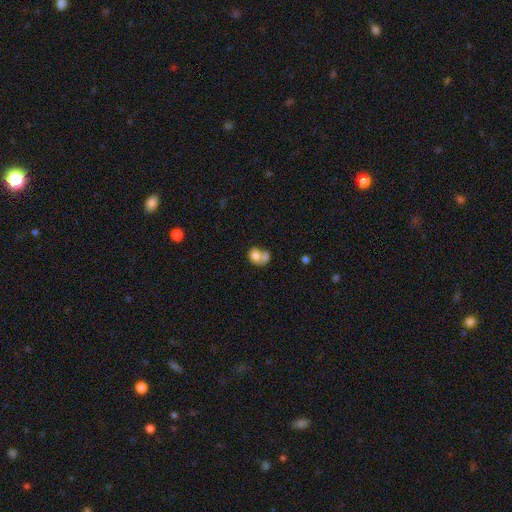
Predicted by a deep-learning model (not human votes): Smooth or featured?
  - smooth: 73% *
  - featured or disk: 18%
  - star or artifact: 9%
How rounded?
  - round: 53% *
  - in between: 46%
  - cigar-shaped: 1%
Merging?
  - merger: 62% *
  - none: 21%
  - minor disturbance: 9%
  - major disturbance: 8%